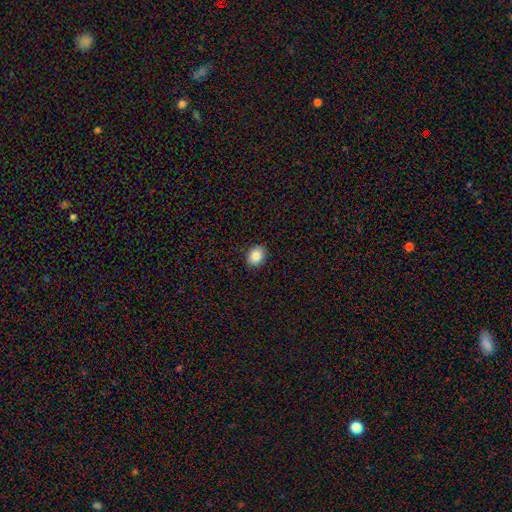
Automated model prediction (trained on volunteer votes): Overall: smooth (84%). How rounded: in between (54%; round 45%). Merging: none (91%).